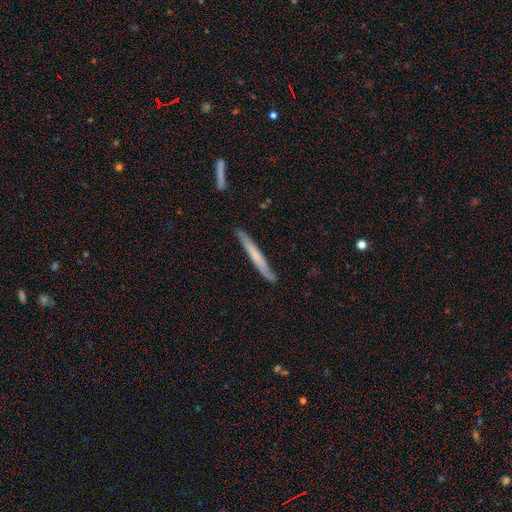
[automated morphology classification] A smooth galaxy with no disk features (55%) that is cigar-shaped (96%). Merging: none (84%).